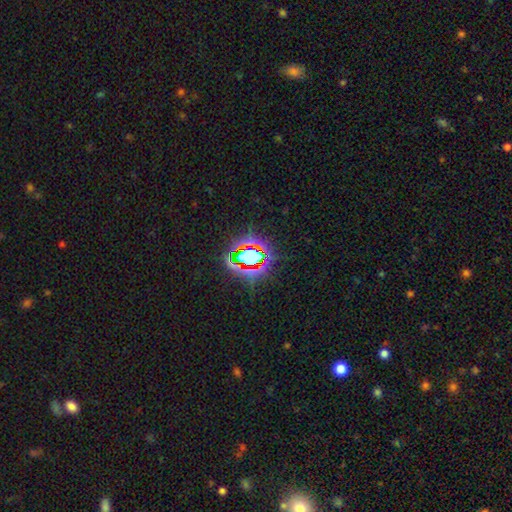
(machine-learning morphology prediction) Smooth or featured? Predicted: star or artifact (p=0.70).